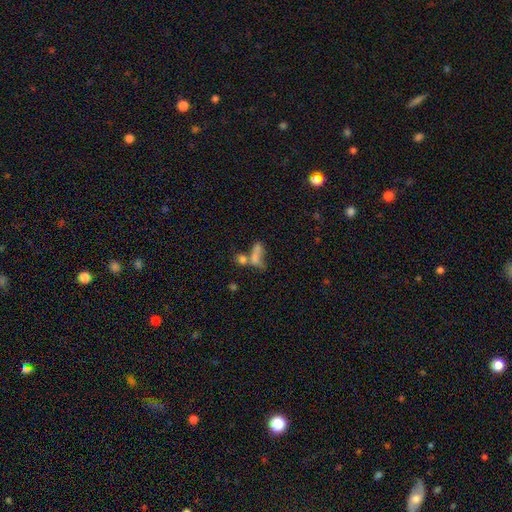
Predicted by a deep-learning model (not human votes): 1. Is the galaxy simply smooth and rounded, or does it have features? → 69% smooth, 18% featured or disk, 13% star or artifact.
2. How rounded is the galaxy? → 68% in between, 23% cigar-shaped, 9% round.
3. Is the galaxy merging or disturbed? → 49% merger, 23% none, 15% major disturbance, 12% minor disturbance.